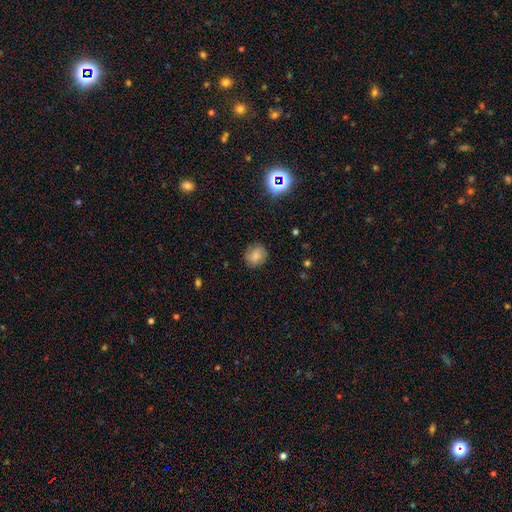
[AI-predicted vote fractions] Morphology: type=smooth (74%); roundness=round (74%); merging=none (84%).